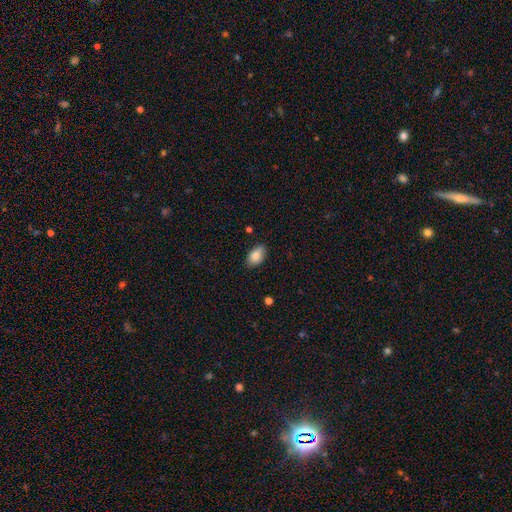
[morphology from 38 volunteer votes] Q: Smooth or featured?
A: smooth (87%); runner-up: featured or disk (8%)
Q: How rounded?
A: in between (94%); runner-up: round (3%)
Q: Merging?
A: none (83%); runner-up: minor disturbance (11%)